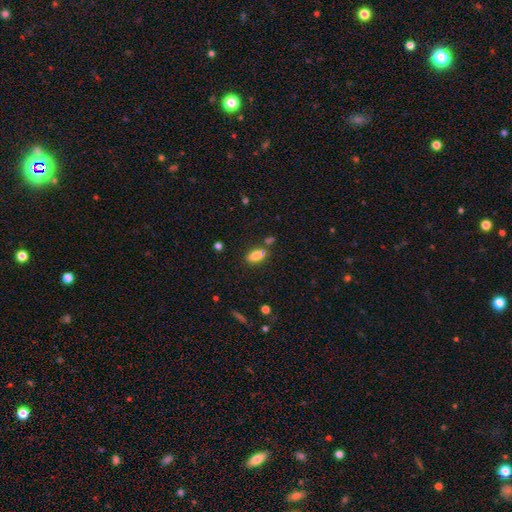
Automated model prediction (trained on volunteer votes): This is likely a smooth galaxy (80%). How rounded: clearly in between (85%). Merging: likely none (65%).